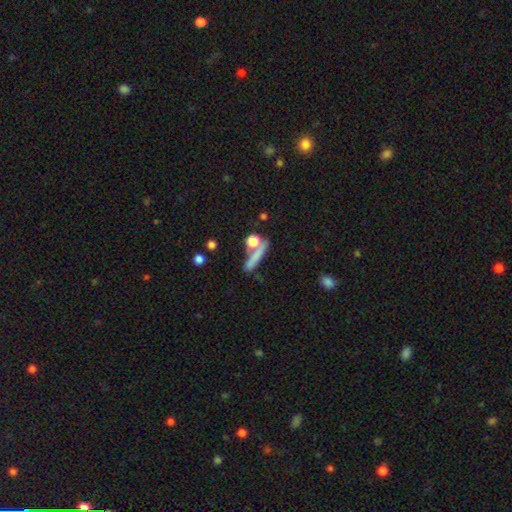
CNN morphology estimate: Overall: smooth (70%). How rounded: cigar-shaped (67%). Merging: none (56%; merger 22%).